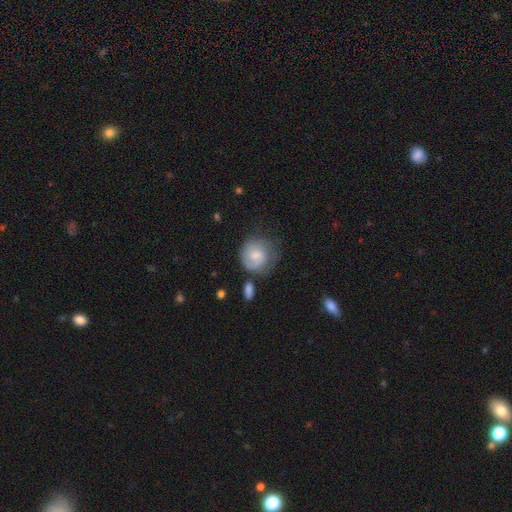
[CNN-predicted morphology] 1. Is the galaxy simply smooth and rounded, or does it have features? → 56% smooth, 37% featured or disk, 7% star or artifact.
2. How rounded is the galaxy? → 79% round, 20% in between, 1% cigar-shaped.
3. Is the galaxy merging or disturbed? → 51% none, 26% minor disturbance, 17% major disturbance, 6% merger.